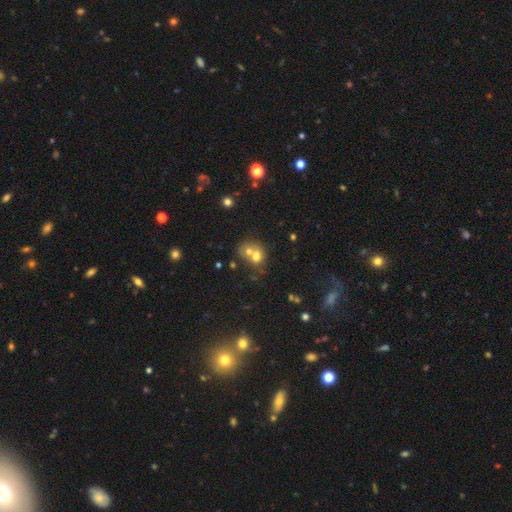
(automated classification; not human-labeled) This appears to be a smooth galaxy with no disk features (62%) that is round (61%). Merging: merger (64%).